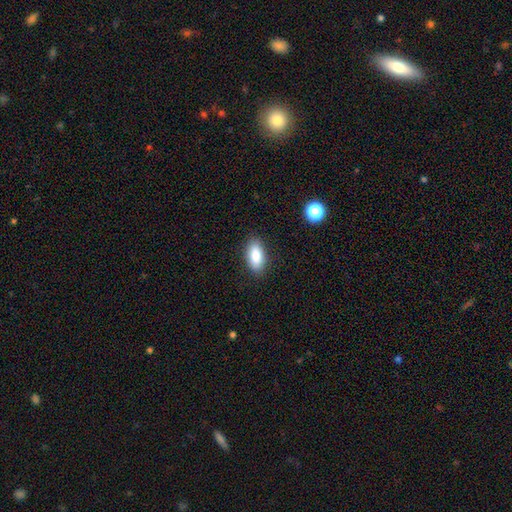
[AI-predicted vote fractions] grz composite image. It shows a smooth galaxy with no disk features (85%) that is in between round and cigar-shaped (87%). Merging: none (87%).